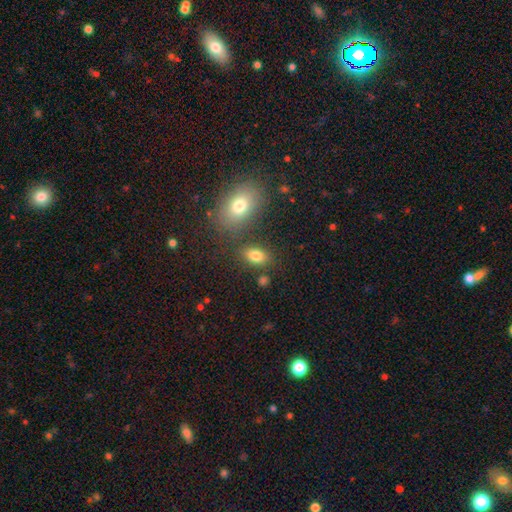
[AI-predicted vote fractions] The model was most divided on "merging": none: 76%, minor disturbance: 12%, merger: 9%, major disturbance: 4%. More confident: how rounded — in between (86%); smooth or featured — smooth (81%).